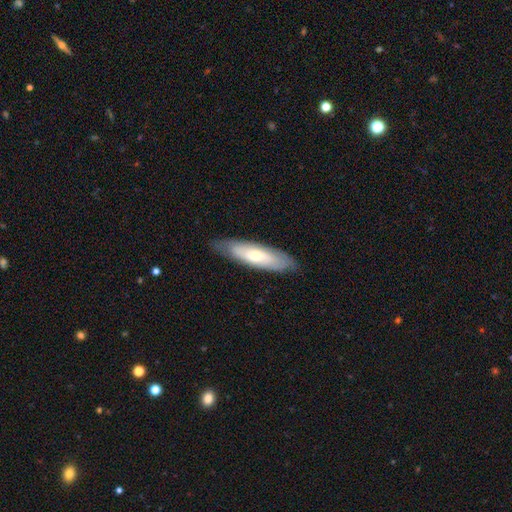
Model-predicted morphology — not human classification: Smooth or featured?
  - smooth: 50% *
  - featured or disk: 44%
  - star or artifact: 6%
How rounded?
  - cigar-shaped: 53% *
  - in between: 45%
  - round: 2%
Merging?
  - none: 81% *
  - minor disturbance: 14%
  - major disturbance: 3%
  - merger: 1%